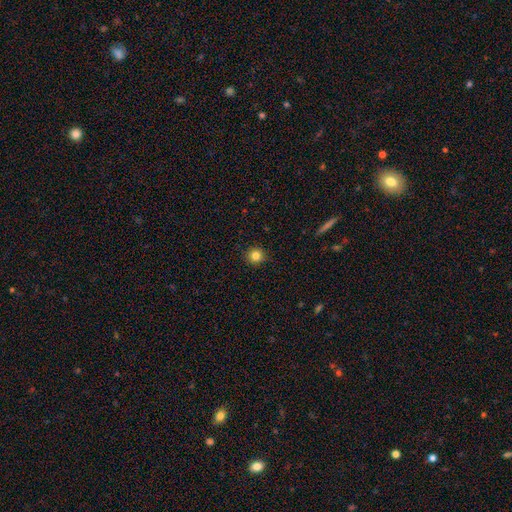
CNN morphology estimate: This is clearly a smooth galaxy (83%). How rounded: clearly round (93%). Merging: clearly none (92%).